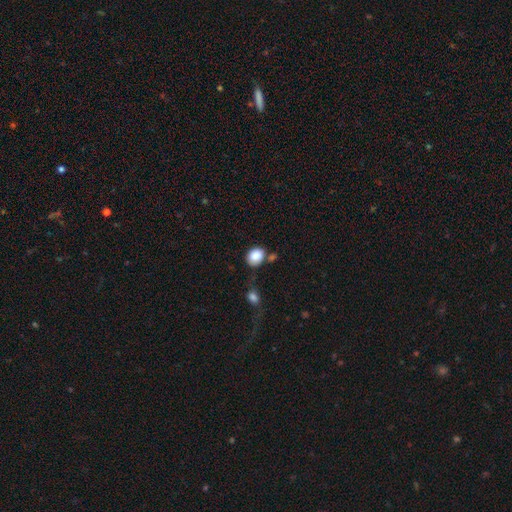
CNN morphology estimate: smooth-or-featured: smooth: 86% | star or artifact: 8% | featured or disk: 6%
  how-rounded: round: 56% | in between: 43% | cigar-shaped: 1%
  merging: none: 60% | minor disturbance: 19% | merger: 14% | major disturbance: 7%